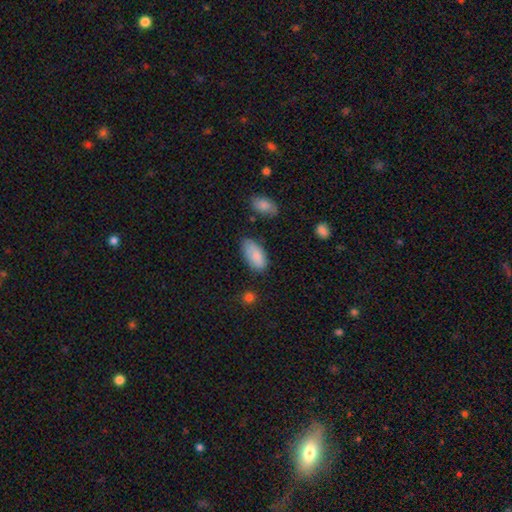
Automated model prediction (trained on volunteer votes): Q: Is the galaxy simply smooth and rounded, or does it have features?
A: smooth — 85%.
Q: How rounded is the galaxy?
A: in between — 93%.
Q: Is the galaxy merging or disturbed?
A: none — 67%.